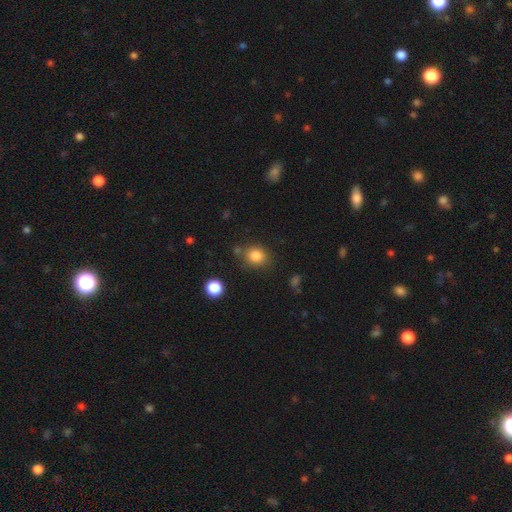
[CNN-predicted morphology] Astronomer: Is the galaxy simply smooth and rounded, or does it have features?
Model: smooth — 83%.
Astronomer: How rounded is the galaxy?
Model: round — 70%.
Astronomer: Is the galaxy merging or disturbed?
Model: none — 74%.